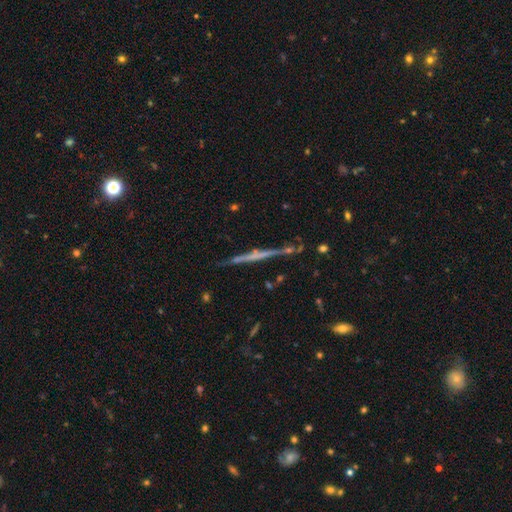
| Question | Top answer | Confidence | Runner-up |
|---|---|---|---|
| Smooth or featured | featured or disk | 79% | smooth (21%) |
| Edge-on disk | yes | 94% | no (6%) |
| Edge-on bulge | none | 76% | boxy (17%) |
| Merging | none | 74% | merger (13%) |